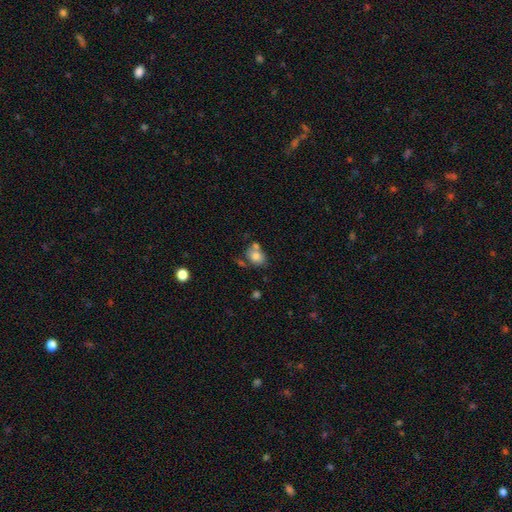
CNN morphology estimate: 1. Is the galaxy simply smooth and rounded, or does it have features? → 75% smooth, 15% featured or disk, 10% star or artifact.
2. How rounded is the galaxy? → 52% in between, 47% round, 1% cigar-shaped.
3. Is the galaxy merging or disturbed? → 45% none, 31% merger, 17% minor disturbance, 7% major disturbance.